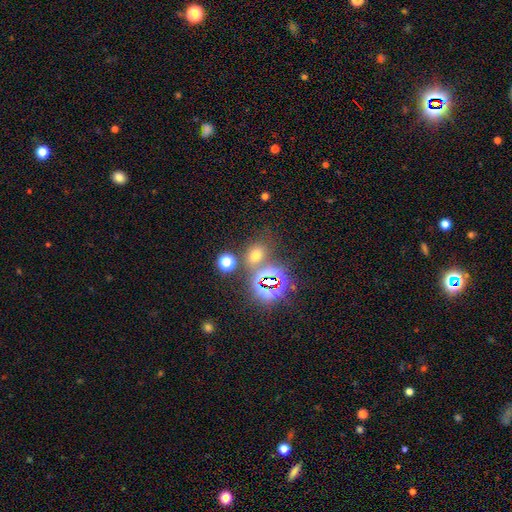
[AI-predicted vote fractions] Smooth or featured?
  - smooth: 55% *
  - star or artifact: 37%
  - featured or disk: 8%
How rounded?
  - round: 51% *
  - in between: 48%
  - cigar-shaped: 2%
Merging?
  - none: 70% *
  - merger: 14%
  - minor disturbance: 11%
  - major disturbance: 5%